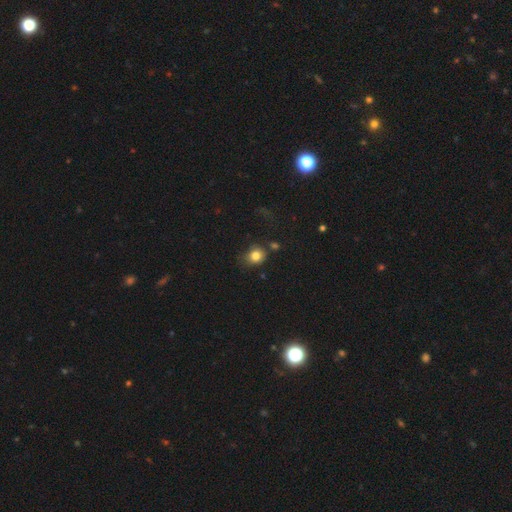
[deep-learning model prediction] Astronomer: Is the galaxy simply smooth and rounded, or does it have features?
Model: smooth — 81%.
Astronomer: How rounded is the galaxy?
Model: round — 70%.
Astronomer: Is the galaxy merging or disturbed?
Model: none — 64%.